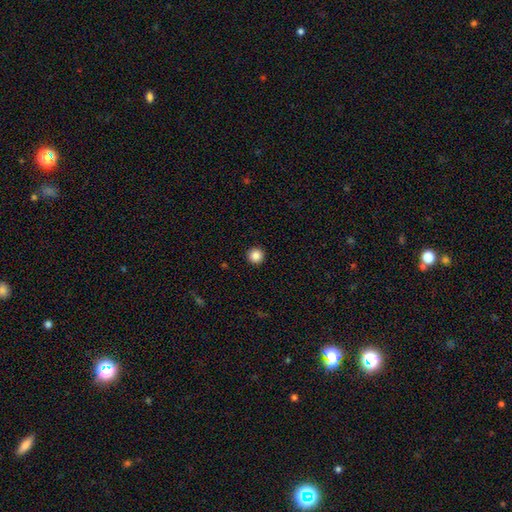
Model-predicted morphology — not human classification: Overall: smooth (87%). How rounded: round (97%). Merging: none (94%).